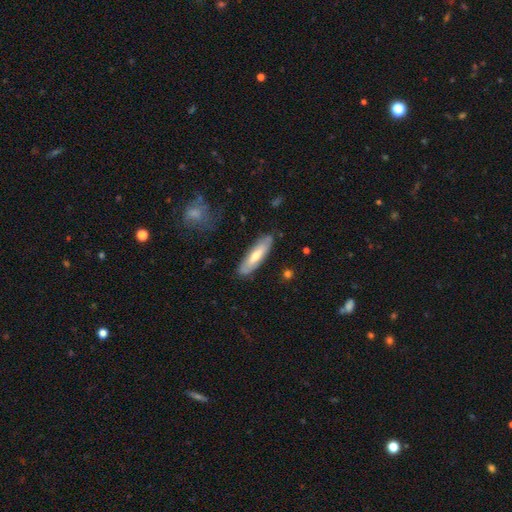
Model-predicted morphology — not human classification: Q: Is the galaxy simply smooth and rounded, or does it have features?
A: smooth — 58%.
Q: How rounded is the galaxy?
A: cigar-shaped — 65%.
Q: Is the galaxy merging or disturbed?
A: none — 84%.